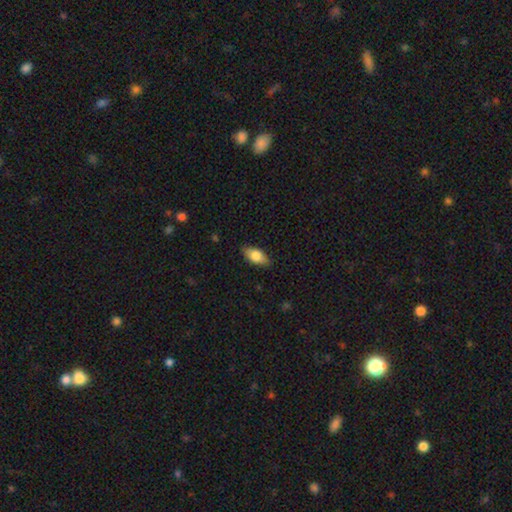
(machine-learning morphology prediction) smooth_or_featured: smooth (p=0.78) [alt: featured or disk p=0.15]
how_rounded: in between (p=0.89) [alt: cigar-shaped p=0.07]
merging: none (p=0.85) [alt: minor disturbance p=0.11]